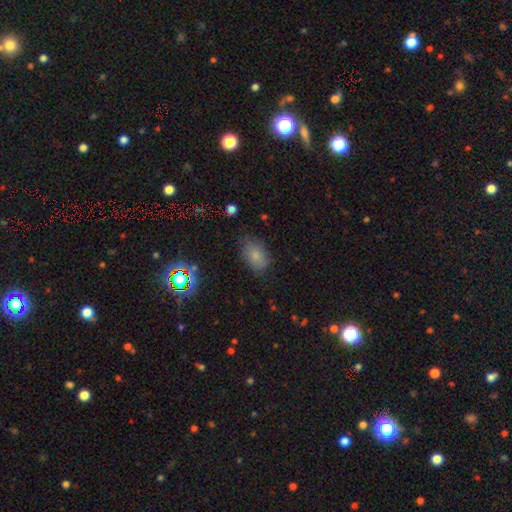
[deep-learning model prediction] smooth 77%, star or artifact 12%, featured or disk 10%. Down the decision tree: how rounded — in between (84%); merging — none (74%).